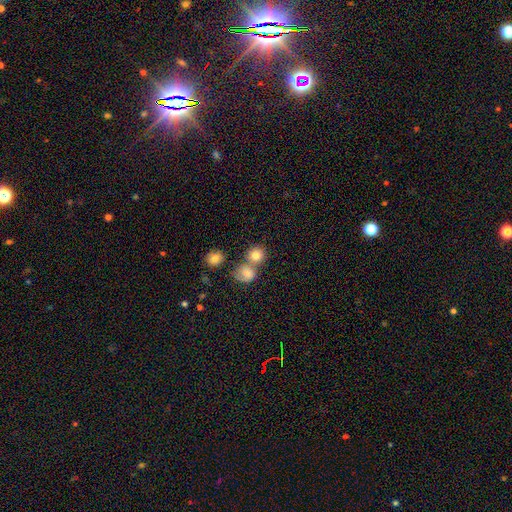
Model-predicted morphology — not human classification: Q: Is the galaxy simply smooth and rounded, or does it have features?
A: smooth — 80%.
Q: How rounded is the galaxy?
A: round — 83%.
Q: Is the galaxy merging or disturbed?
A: none — 47%.